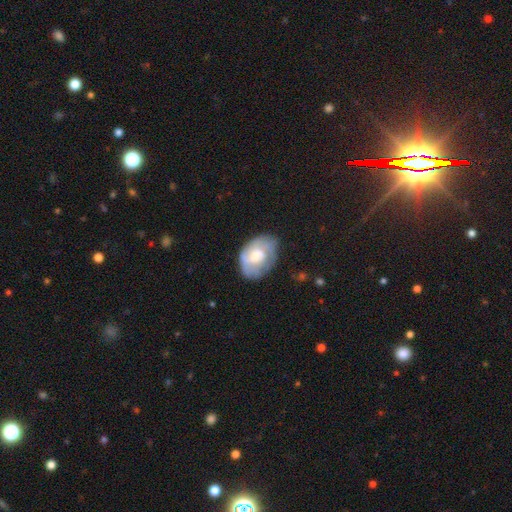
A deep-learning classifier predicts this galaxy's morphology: Smooth or featured?
  - featured or disk: 49% *
  - smooth: 45%
  - star or artifact: 7%
Merging?
  - none: 59% *
  - minor disturbance: 27%
  - major disturbance: 12%
  - merger: 2%